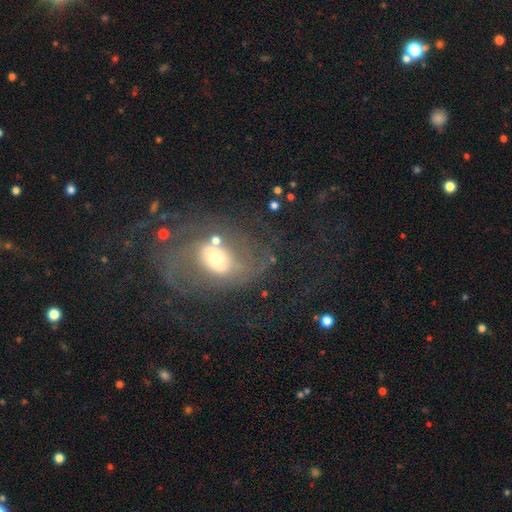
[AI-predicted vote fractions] A featured or disk galaxy (68%) with no bar (48%), spiral arms (72%) and a moderate central bulge (58%).

Vote fractions:
- Smooth or featured? featured or disk: 68% / smooth: 18% / star or artifact: 14%
- Edge-on disk? no: 96% / yes: 4%
- Bar? no: 48% / weak: 39% / strong: 13%
- Spiral arms? yes: 72% / no: 28%
- Bulge size? moderate: 58% / small: 24% / large: 13% / none: 3% / dominant: 2%
- Merging? none: 47% / major disturbance: 27% / minor disturbance: 17% / merger: 9%